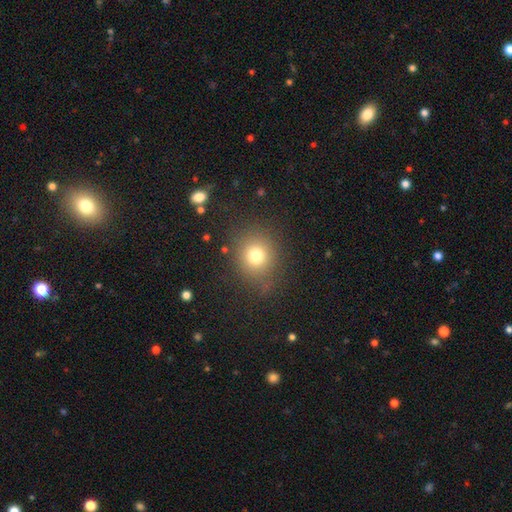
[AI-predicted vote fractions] This is likely a smooth galaxy (75%). How rounded: clearly round (82%). Merging: clearly none (80%).